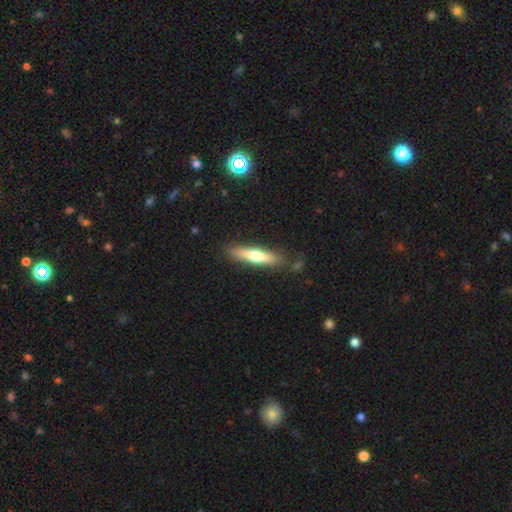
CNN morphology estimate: smooth-or-featured: smooth: 58% | featured or disk: 36% | star or artifact: 6%
  how-rounded: cigar-shaped: 78% | in between: 20% | round: 2%
  merging: none: 82% | minor disturbance: 12% | major disturbance: 3% | merger: 3%